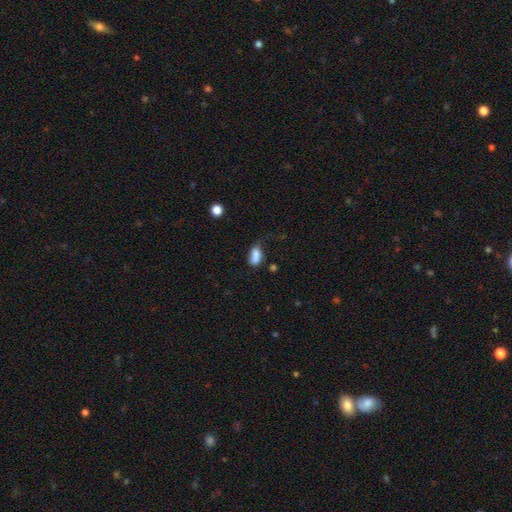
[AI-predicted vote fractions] A smooth galaxy with no disk features (81%) that is in between round and cigar-shaped (86%).

Vote fractions:
- Smooth or featured? smooth: 81% / star or artifact: 9% / featured or disk: 9%
- How rounded? in between: 86% / cigar-shaped: 7% / round: 7%
- Merging? none: 41% / minor disturbance: 35% / major disturbance: 16% / merger: 8%